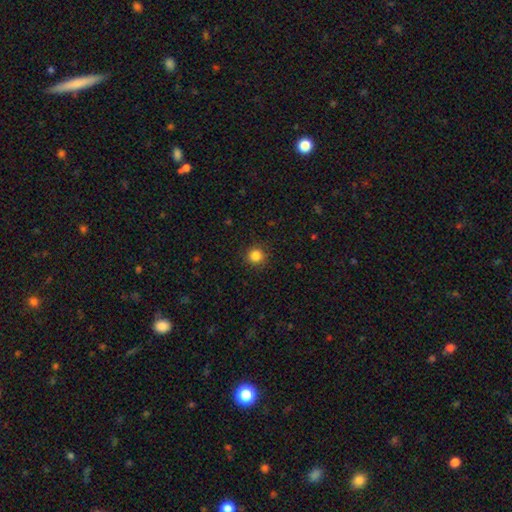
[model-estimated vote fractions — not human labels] Smooth or featured?
  - smooth: 84% *
  - star or artifact: 12%
  - featured or disk: 4%
How rounded?
  - round: 94% *
  - in between: 5%
  - cigar-shaped: 1%
Merging?
  - none: 91% *
  - minor disturbance: 6%
  - major disturbance: 2%
  - merger: 1%